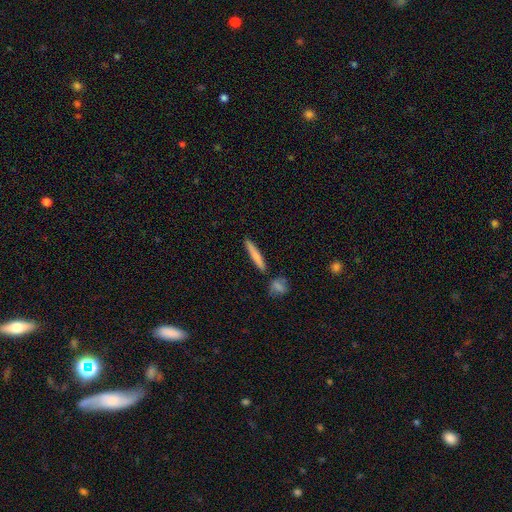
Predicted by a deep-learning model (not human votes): The model was most divided on "smooth or featured": smooth: 74%, featured or disk: 20%, star or artifact: 6%. More confident: how rounded — cigar-shaped (92%); merging — none (83%).